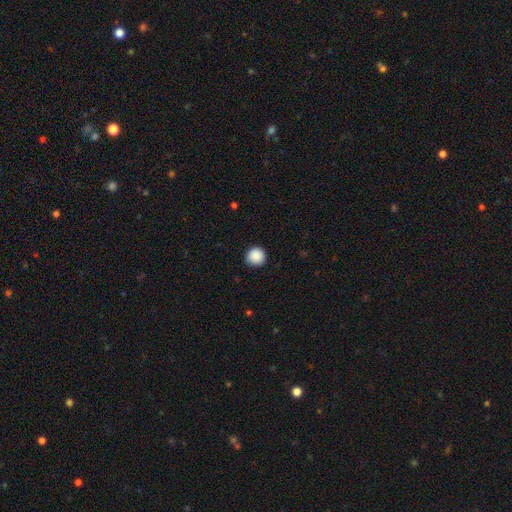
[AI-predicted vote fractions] A smooth galaxy with no disk features (89%) that is round (95%). Merging: none (89%).